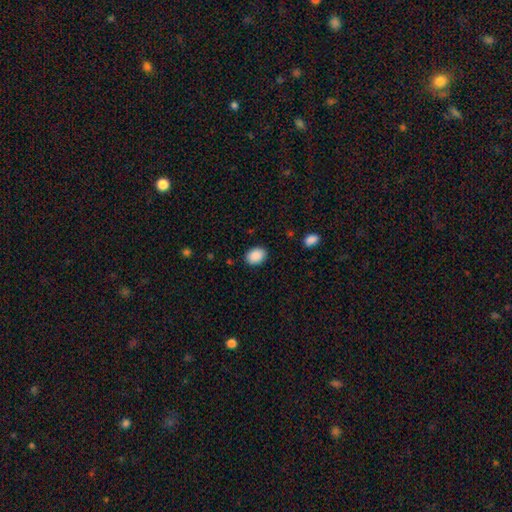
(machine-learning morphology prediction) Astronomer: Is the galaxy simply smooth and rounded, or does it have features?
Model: smooth — 90%.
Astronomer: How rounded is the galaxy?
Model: in between — 71%.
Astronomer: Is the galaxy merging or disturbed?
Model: none — 88%.